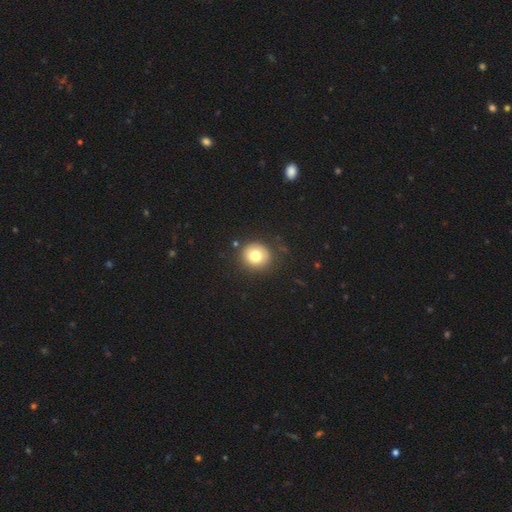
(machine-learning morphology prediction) smooth 76%, featured or disk 13%, star or artifact 11%. Down the decision tree: how rounded — round (89%); merging — none (86%).